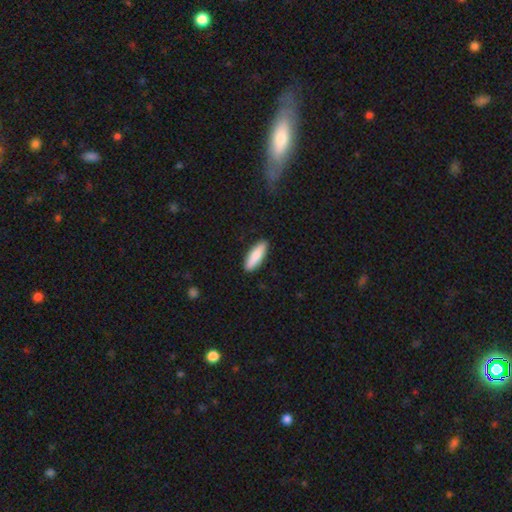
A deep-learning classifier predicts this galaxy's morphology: Smooth or featured?
  - smooth: 83% *
  - featured or disk: 12%
  - star or artifact: 5%
How rounded?
  - cigar-shaped: 50% *
  - in between: 48%
  - round: 2%
Merging?
  - none: 90% *
  - minor disturbance: 8%
  - major disturbance: 2%
  - merger: 1%